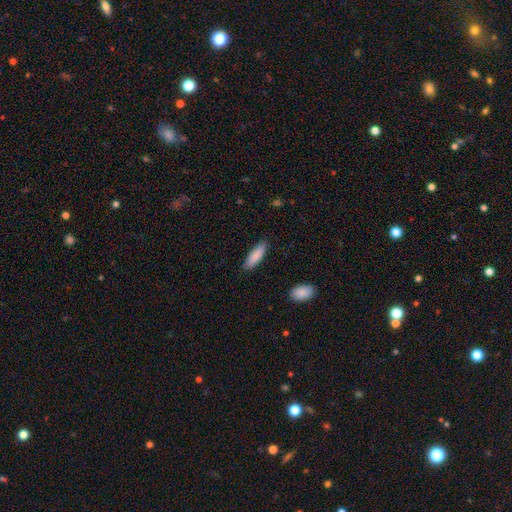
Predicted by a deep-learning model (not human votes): smooth_or_featured: smooth (p=0.87) [alt: featured or disk p=0.07]
how_rounded: cigar-shaped (p=0.51) [alt: in between p=0.48]
merging: none (p=0.86) [alt: minor disturbance p=0.10]